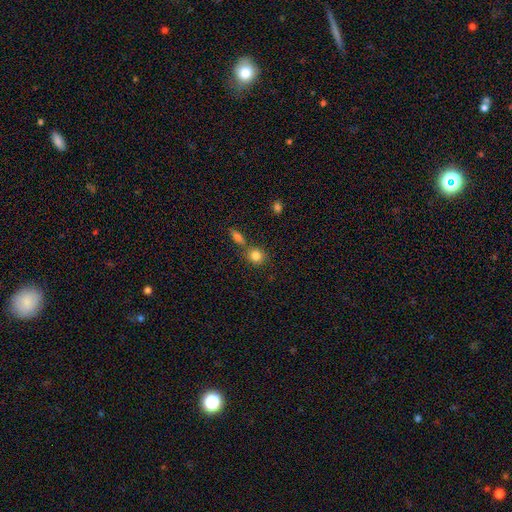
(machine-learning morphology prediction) This is clearly a smooth galaxy (83%). How rounded: likely round (78%). Merging: likely none (62%).